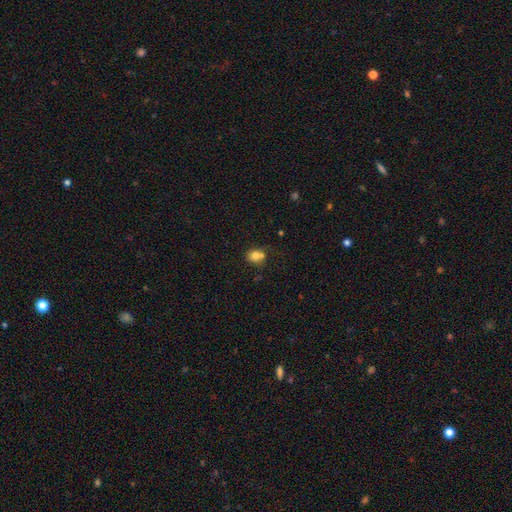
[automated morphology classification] Overall: smooth (77%). How rounded: round (66%; in between 33%). Merging: none (50%; merger 32%).